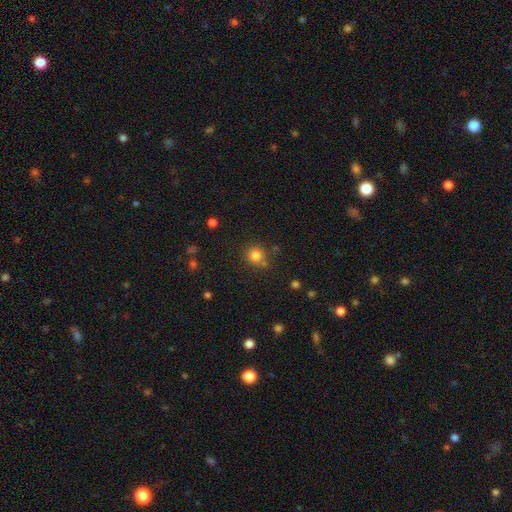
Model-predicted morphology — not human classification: Smooth or featured? Predicted: smooth (p=0.80). How rounded? Predicted: round (p=0.92). Merging? Predicted: none (p=0.75).